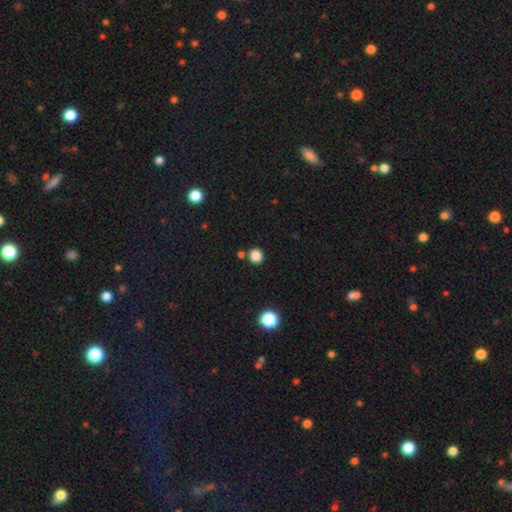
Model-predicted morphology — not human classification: Smooth or featured? smooth (84%)
How rounded? round (89%)
Merging? none (81%)